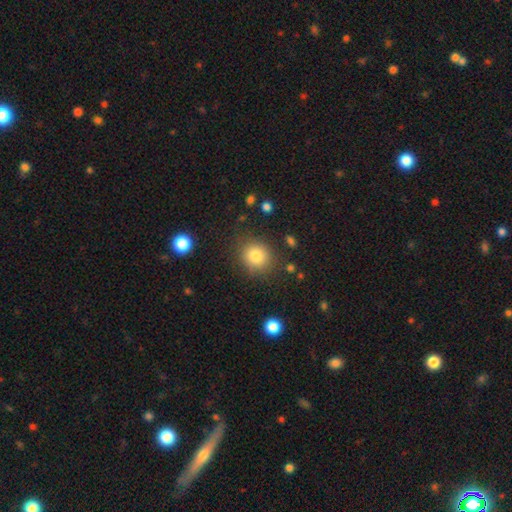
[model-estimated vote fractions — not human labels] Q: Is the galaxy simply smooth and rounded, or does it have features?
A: smooth — 82%.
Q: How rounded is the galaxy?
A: round — 81%.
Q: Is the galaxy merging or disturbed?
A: none — 83%.